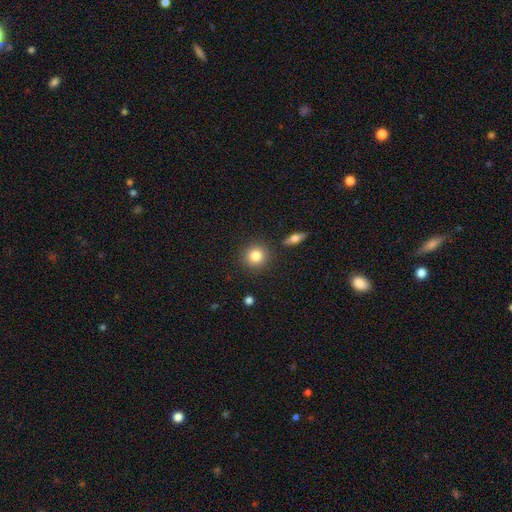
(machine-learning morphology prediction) Smooth or featured: smooth — 83% (star or artifact — 9%)
How rounded: round — 91% (in between — 8%)
Merging: none — 88% (minor disturbance — 7%)